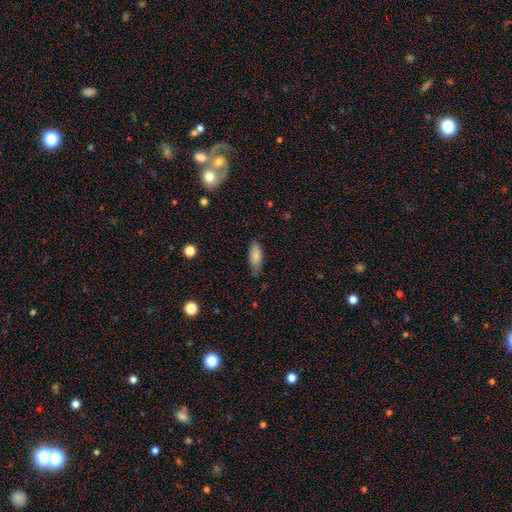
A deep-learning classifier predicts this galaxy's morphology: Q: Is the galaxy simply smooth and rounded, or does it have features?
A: smooth — 83%.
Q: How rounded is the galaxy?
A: in between — 77%.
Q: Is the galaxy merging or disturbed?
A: none — 74%.